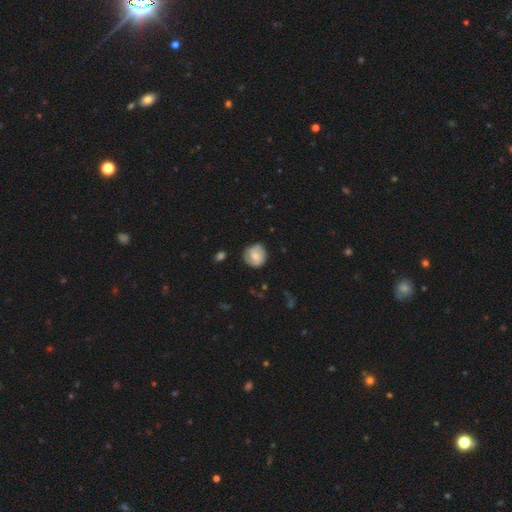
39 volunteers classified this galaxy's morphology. Smooth or featured? 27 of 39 (69%) said smooth. How rounded? 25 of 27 (93%) said round. Merging? 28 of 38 (74%) said none.